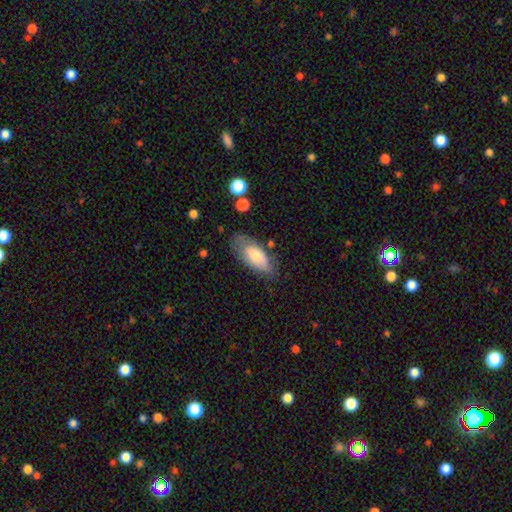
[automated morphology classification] smooth_or_featured: smooth (p=0.68) [alt: featured or disk p=0.25]
how_rounded: in between (p=0.88) [alt: cigar-shaped p=0.10]
merging: none (p=0.64) [alt: minor disturbance p=0.26]